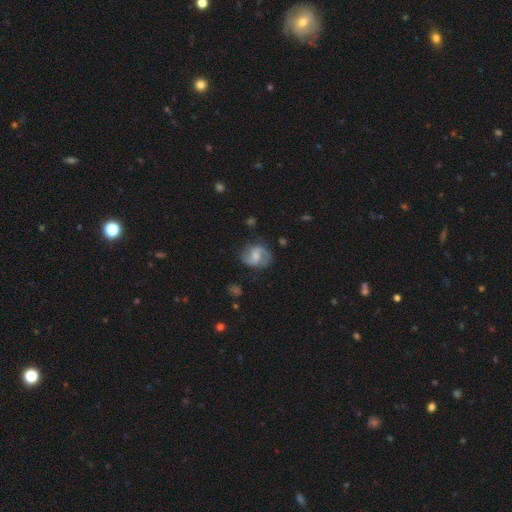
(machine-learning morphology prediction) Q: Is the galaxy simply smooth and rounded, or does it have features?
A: featured or disk — 71%.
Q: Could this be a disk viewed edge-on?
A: no — 98%.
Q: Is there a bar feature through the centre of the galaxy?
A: weak — 51%.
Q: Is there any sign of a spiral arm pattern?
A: yes — 93%.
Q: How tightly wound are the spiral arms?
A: medium — 46%.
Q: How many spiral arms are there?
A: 2 — 89%.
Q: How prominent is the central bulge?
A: moderate — 41%.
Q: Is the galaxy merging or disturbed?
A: none — 74%.